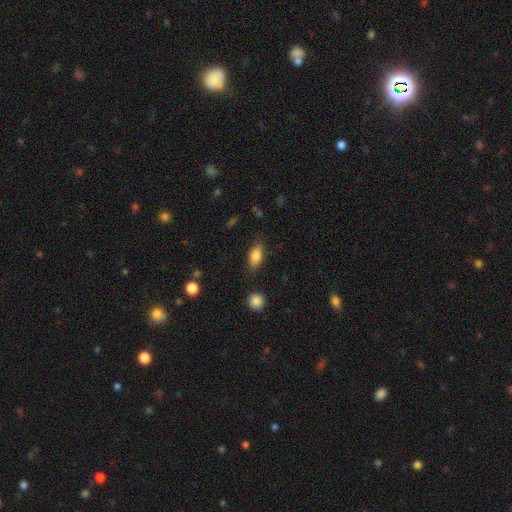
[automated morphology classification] type=smooth (82%); roundness=in between (84%); merging=none (81%).